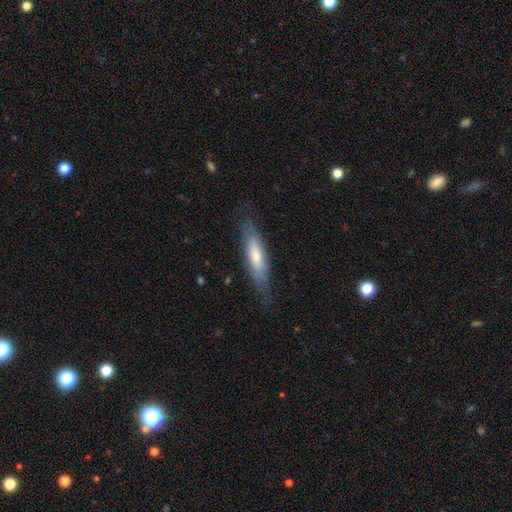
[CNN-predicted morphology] Smooth or featured? smooth (55%)
How rounded? cigar-shaped (72%)
Merging? none (75%)